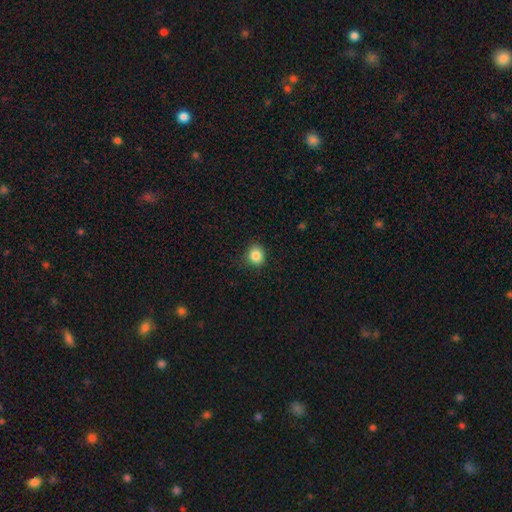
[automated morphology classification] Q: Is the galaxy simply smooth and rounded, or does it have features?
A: smooth — 85%.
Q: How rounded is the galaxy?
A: round — 80%.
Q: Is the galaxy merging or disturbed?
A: none — 86%.